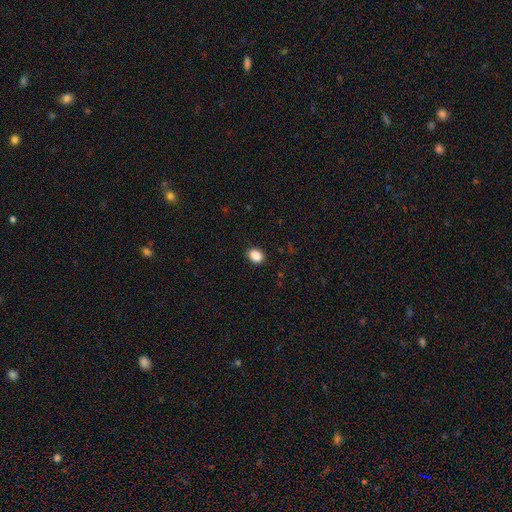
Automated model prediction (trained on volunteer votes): smooth-or-featured: smooth: 88% | star or artifact: 9% | featured or disk: 3%
  how-rounded: in between: 52% | round: 47% | cigar-shaped: 1%
  merging: none: 90% | minor disturbance: 7% | major disturbance: 2% | merger: 1%